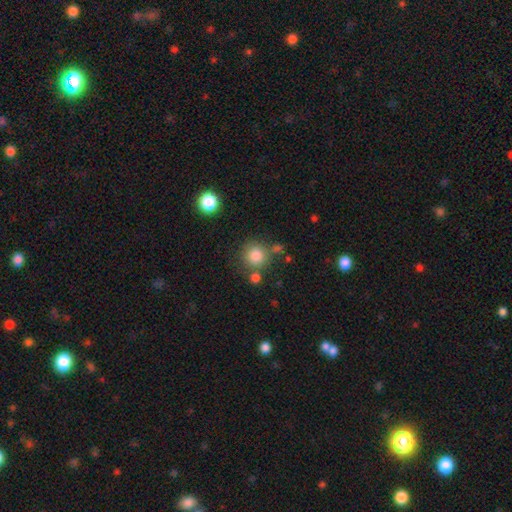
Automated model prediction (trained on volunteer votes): Overall: smooth (84%). How rounded: round (91%). Merging: none (71%).